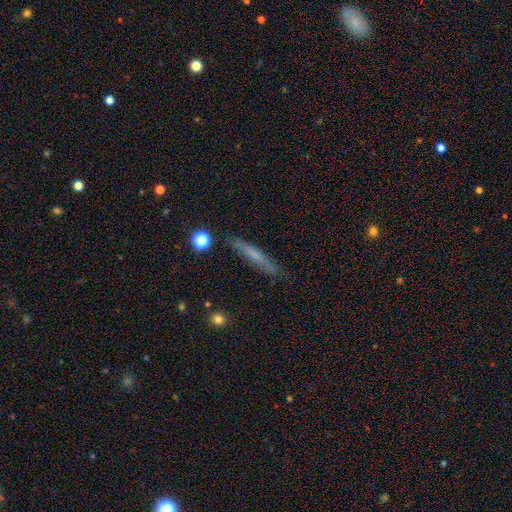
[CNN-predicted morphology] featured or disk 43%, smooth 42%, star or artifact 15%. Down the decision tree: merging — none (85%).